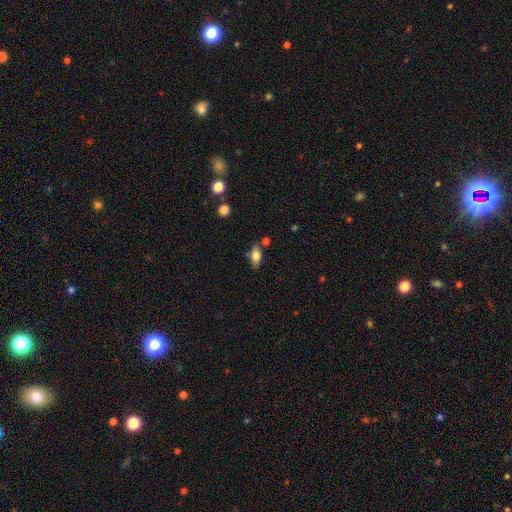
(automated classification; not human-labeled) A smooth galaxy with no disk features (76%) that is in between round and cigar-shaped (86%).

Vote fractions:
- Smooth or featured? smooth: 76% / featured or disk: 16% / star or artifact: 8%
- How rounded? in between: 86% / cigar-shaped: 9% / round: 5%
- Merging? none: 72% / minor disturbance: 18% / merger: 6% / major disturbance: 4%